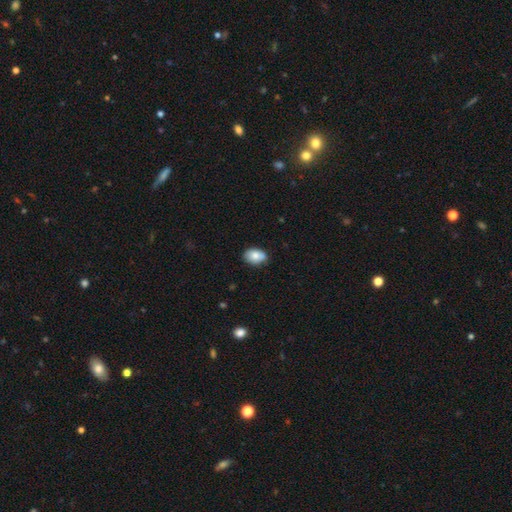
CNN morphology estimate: Smooth or featured? smooth (81%)
How rounded? in between (83%)
Merging? none (75%)